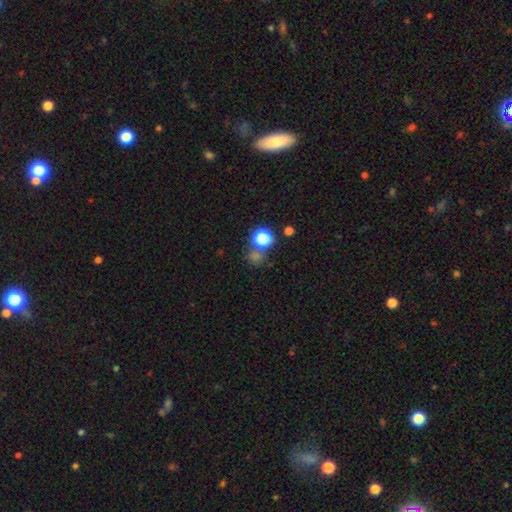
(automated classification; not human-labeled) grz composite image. It shows a smooth galaxy with no disk features (64%) that is round (88%). Merging: none (65%).